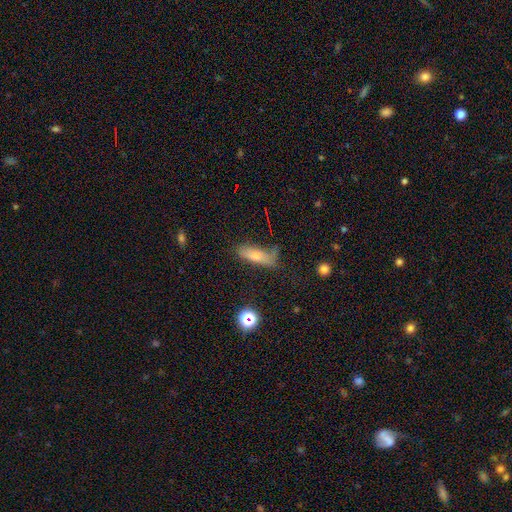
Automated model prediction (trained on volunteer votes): This is possibly a smooth galaxy (59%). How rounded: possibly cigar-shaped (50%). Merging: possibly none (50%).